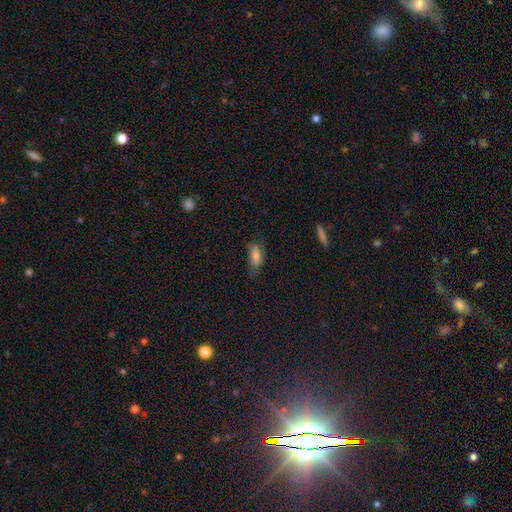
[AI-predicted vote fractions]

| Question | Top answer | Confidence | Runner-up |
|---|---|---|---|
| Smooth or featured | smooth | 76% | featured or disk (16%) |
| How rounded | in between | 78% | cigar-shaped (19%) |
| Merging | none | 55% | minor disturbance (31%) |